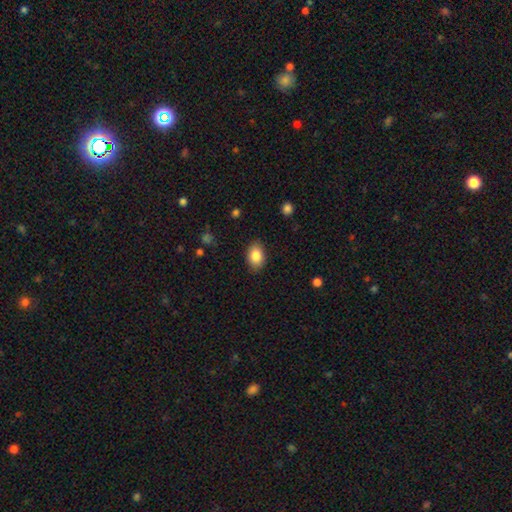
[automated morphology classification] smooth-or-featured: smooth: 85% | featured or disk: 7% | star or artifact: 7%
  how-rounded: in between: 84% | round: 14% | cigar-shaped: 1%
  merging: none: 86% | minor disturbance: 11% | major disturbance: 3% | merger: 1%